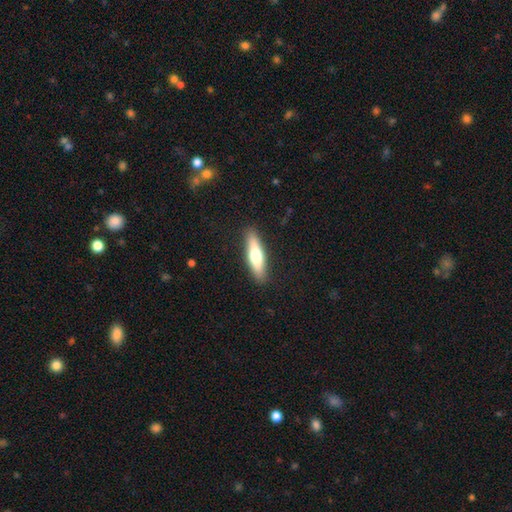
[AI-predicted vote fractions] A smooth galaxy with no disk features (60%) that is cigar-shaped (69%). Merging: none (89%).